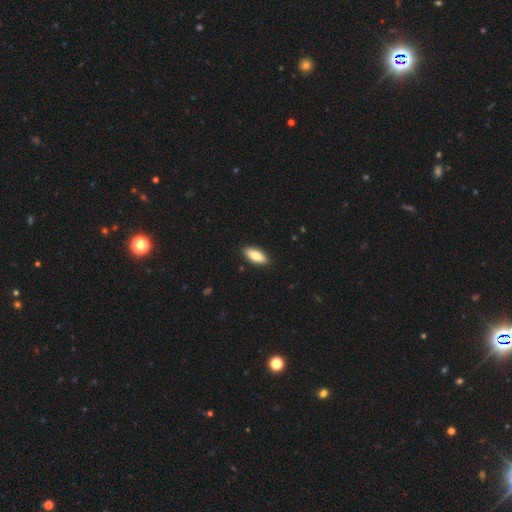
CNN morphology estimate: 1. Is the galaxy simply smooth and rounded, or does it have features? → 81% smooth, 13% featured or disk, 6% star or artifact.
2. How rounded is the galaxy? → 79% in between, 19% cigar-shaped, 2% round.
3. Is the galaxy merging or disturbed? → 90% none, 8% minor disturbance, 2% major disturbance, 1% merger.